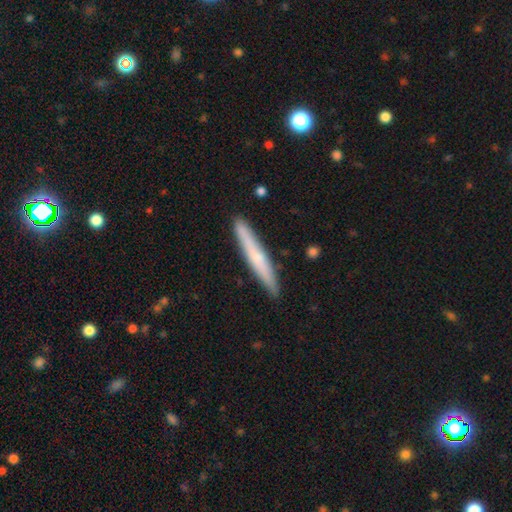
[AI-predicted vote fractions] This is possibly a smooth galaxy (59%). How rounded: clearly cigar-shaped (96%). Merging: clearly none (88%).